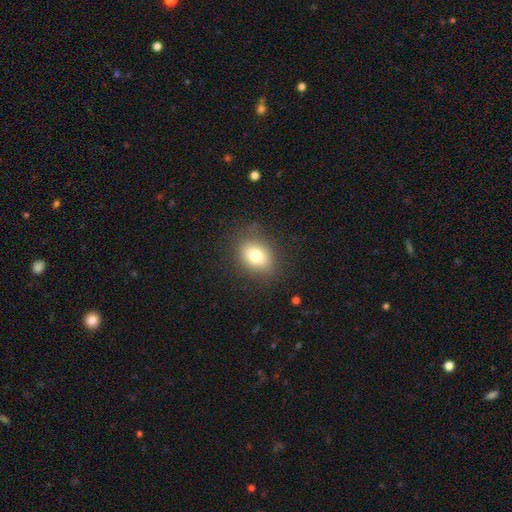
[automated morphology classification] A smooth galaxy with no disk features (76%) that is in between round and cigar-shaped (65%).

Vote fractions:
- Smooth or featured? smooth: 76% / featured or disk: 13% / star or artifact: 11%
- How rounded? in between: 65% / round: 34% / cigar-shaped: 1%
- Merging? none: 80% / minor disturbance: 14% / major disturbance: 5% / merger: 1%